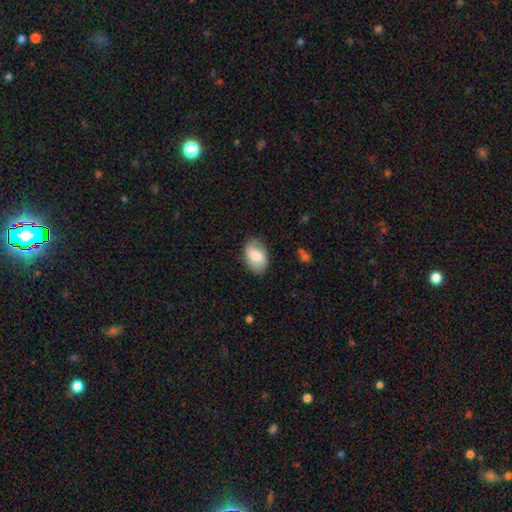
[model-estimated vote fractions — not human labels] Q: Smooth or featured?
A: smooth (76%); runner-up: featured or disk (17%)
Q: How rounded?
A: in between (90%); runner-up: round (9%)
Q: Merging?
A: none (79%); runner-up: minor disturbance (16%)